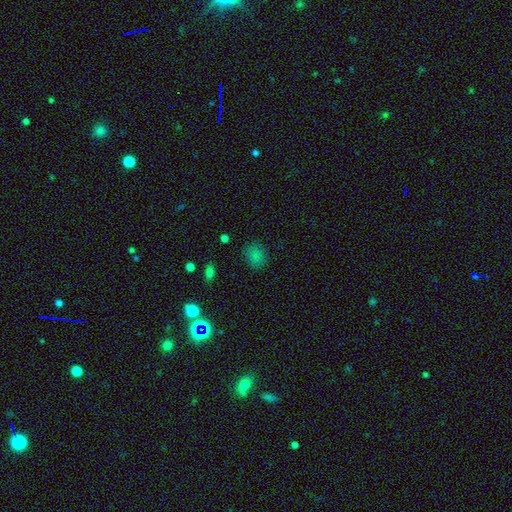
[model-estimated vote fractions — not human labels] smooth_or_featured: smooth (p=0.79) [alt: star or artifact p=0.15]
how_rounded: round (p=0.65) [alt: in between p=0.34]
merging: none (p=0.82) [alt: minor disturbance p=0.13]